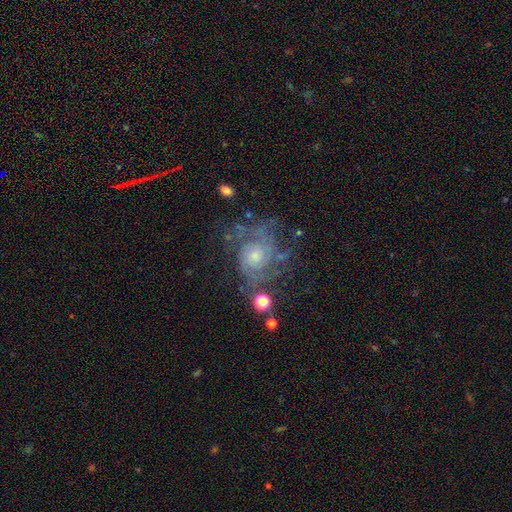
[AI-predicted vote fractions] A featured or disk galaxy (83%) with no bar (76%), tight (55%) spiral arms (93%) and a small central bulge (52%).

Vote fractions:
- Smooth or featured? featured or disk: 83% / smooth: 9% / star or artifact: 9%
- Edge-on disk? no: 97% / yes: 3%
- Bar? no: 76% / weak: 20% / strong: 3%
- Spiral arms? yes: 93% / no: 7%
- Spiral winding? tight: 55% / medium: 35% / loose: 10%
- Spiral arm count? can't tell: 33% / 2: 29% / 3: 18% / 4: 8% / more than 4: 6% / 1: 6%
- Bulge size? small: 52% / moderate: 39% / large: 4% / none: 4% / dominant: 1%
- Merging? none: 62% / minor disturbance: 19% / major disturbance: 15% / merger: 4%